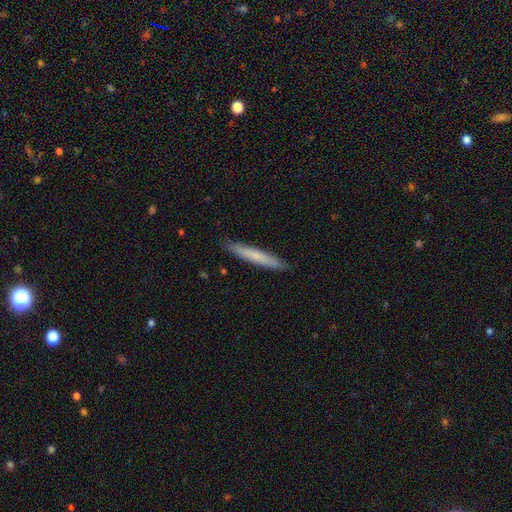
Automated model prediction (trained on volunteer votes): Overall: smooth (65%; featured or disk 29%). How rounded: cigar-shaped (95%). Merging: none (90%).